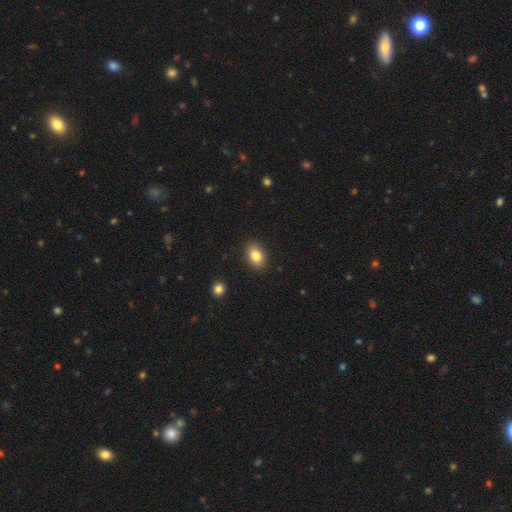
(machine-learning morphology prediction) Smooth or featured: smooth — 84% (star or artifact — 9%)
How rounded: in between — 79% (round — 20%)
Merging: none — 89% (minor disturbance — 8%)